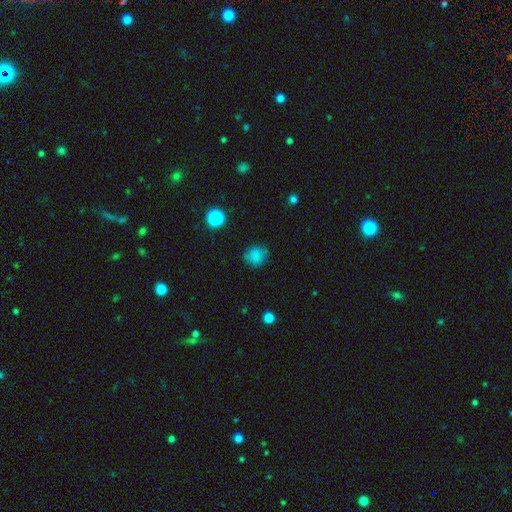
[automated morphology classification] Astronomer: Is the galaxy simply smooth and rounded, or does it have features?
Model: smooth — 82%.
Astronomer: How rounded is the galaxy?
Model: round — 81%.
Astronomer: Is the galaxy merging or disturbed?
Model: none — 80%.